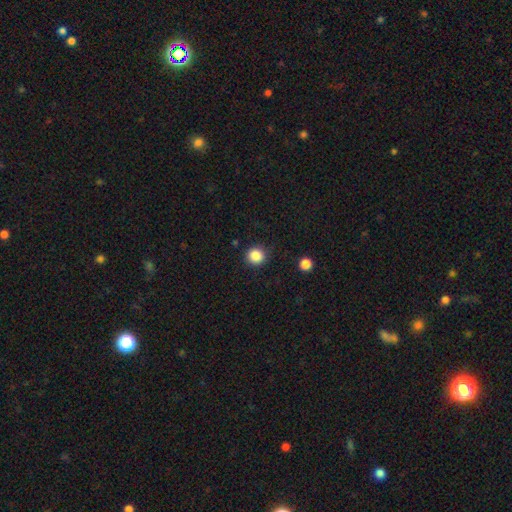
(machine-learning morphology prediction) Smooth or featured? smooth (86%)
How rounded? round (92%)
Merging? none (89%)